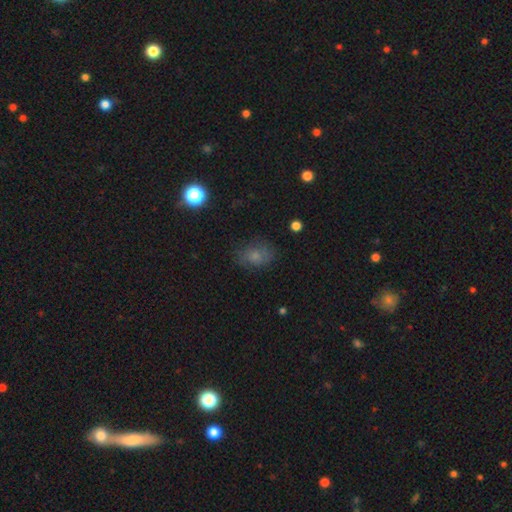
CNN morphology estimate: Q: Smooth or featured?
A: smooth (67%); runner-up: featured or disk (18%)
Q: How rounded?
A: in between (69%); runner-up: round (30%)
Q: Merging?
A: none (70%); runner-up: minor disturbance (21%)